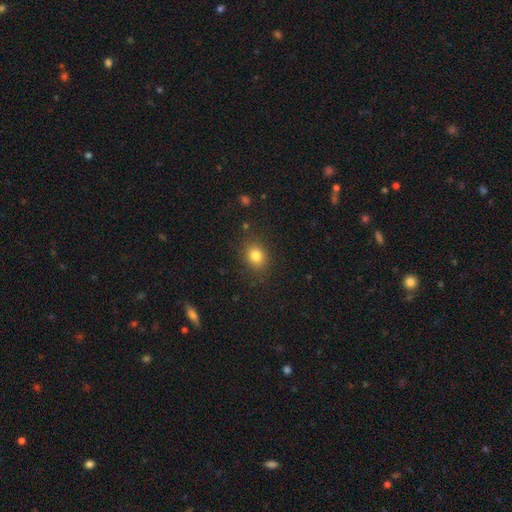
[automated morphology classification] smooth 82%, star or artifact 11%, featured or disk 7%. Down the decision tree: how rounded — round (54%); merging — none (85%).